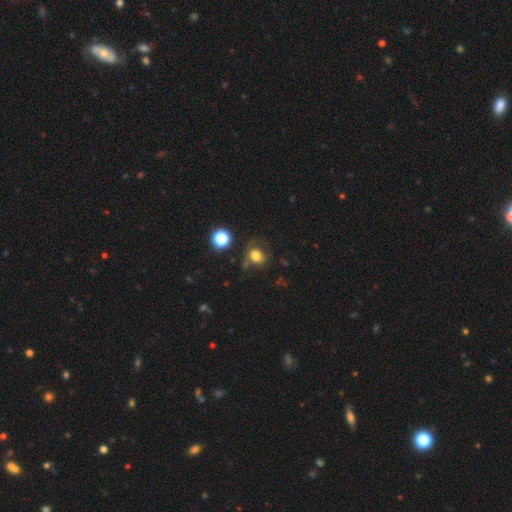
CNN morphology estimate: A smooth galaxy with no disk features (78%) that is round (61%). Merging: none (60%).